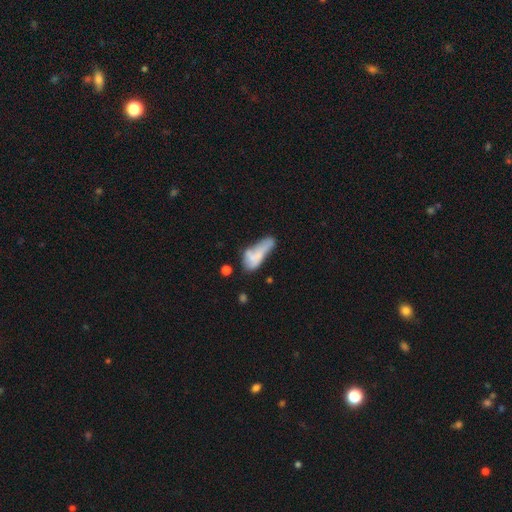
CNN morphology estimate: The model was most divided on "merging": merger: 28%, major disturbance: 27%, none: 23%, minor disturbance: 22%. More confident: how rounded — in between (64%); smooth or featured — smooth (60%).